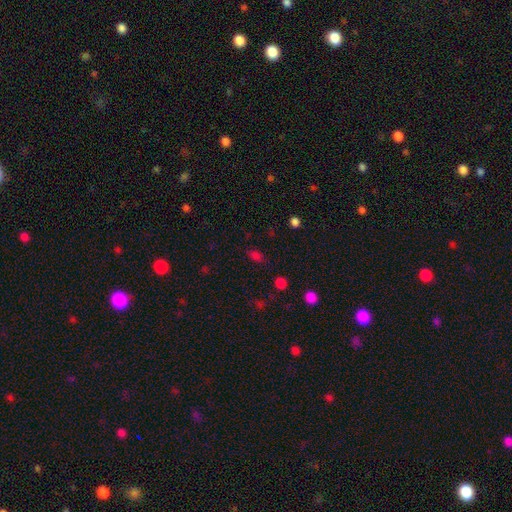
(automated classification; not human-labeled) smooth_or_featured: smooth (p=0.69) [alt: star or artifact p=0.25]
how_rounded: in between (p=0.81) [alt: round p=0.16]
merging: none (p=0.77) [alt: minor disturbance p=0.15]